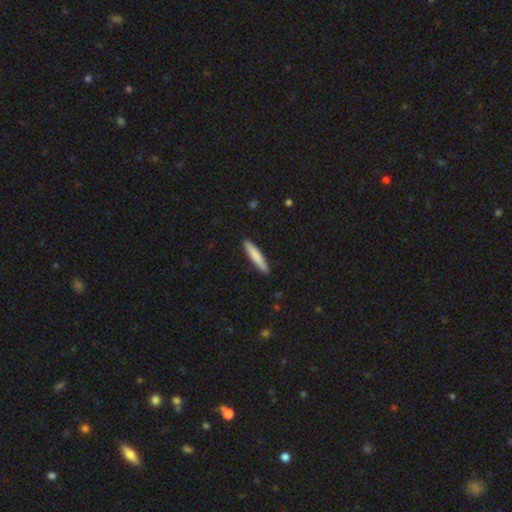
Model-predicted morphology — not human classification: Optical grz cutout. It shows a smooth galaxy with no disk features (80%) that is cigar-shaped (91%). Merging: none (91%).